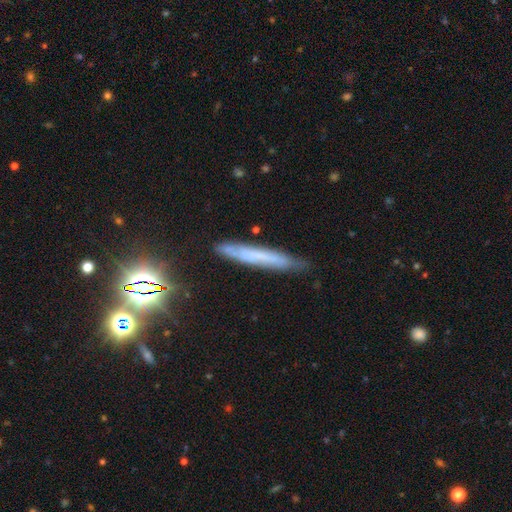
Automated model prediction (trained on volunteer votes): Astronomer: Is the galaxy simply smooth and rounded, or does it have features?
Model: smooth — 46% (runner-up: featured or disk, 39%).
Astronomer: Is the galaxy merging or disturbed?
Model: none — 78%.